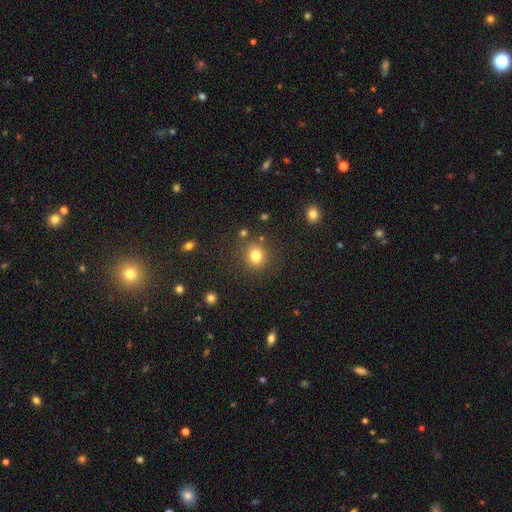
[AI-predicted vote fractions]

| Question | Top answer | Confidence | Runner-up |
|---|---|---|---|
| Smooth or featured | smooth | 81% | star or artifact (13%) |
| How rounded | round | 81% | in between (18%) |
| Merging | none | 84% | minor disturbance (9%) |